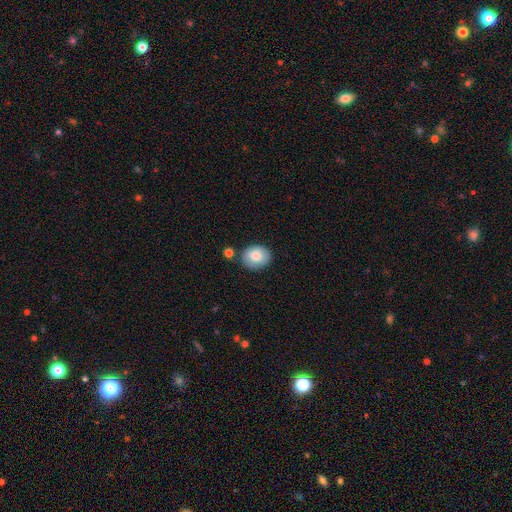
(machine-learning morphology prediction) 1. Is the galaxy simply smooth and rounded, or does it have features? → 80% smooth, 12% featured or disk, 7% star or artifact.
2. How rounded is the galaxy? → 53% round, 46% in between, 1% cigar-shaped.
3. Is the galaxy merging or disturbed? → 76% none, 15% minor disturbance, 6% merger, 3% major disturbance.